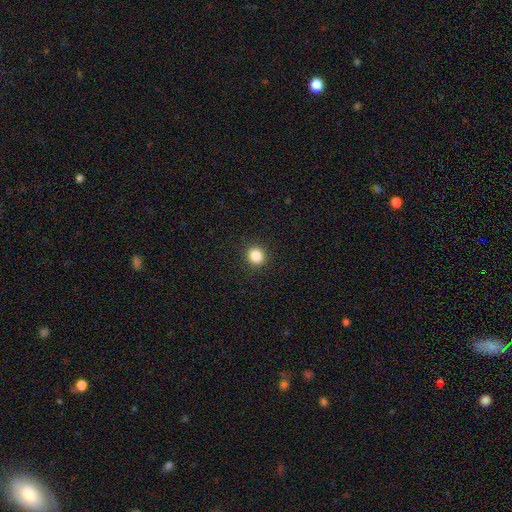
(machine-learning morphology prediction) Smooth or featured? smooth (85%)
How rounded? round (90%)
Merging? none (92%)